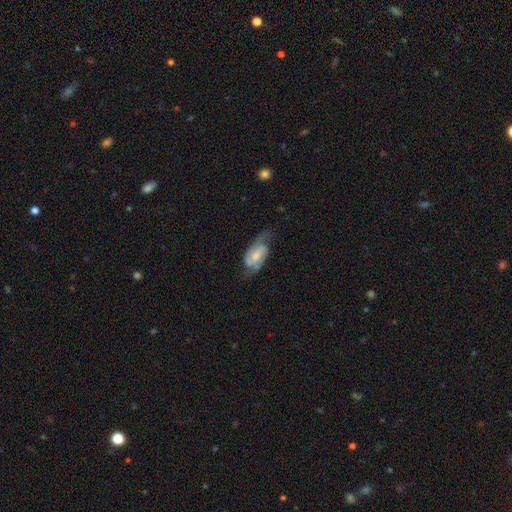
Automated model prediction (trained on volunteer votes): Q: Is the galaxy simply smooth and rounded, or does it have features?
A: featured or disk — 81%.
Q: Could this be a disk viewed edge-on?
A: no — 96%.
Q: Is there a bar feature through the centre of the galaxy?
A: weak — 46%.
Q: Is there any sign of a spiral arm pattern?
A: yes — 95%.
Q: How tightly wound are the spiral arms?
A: medium — 51%.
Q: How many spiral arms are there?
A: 2 — 89%.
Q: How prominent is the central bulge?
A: moderate — 41%.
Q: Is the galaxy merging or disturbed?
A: none — 66%.